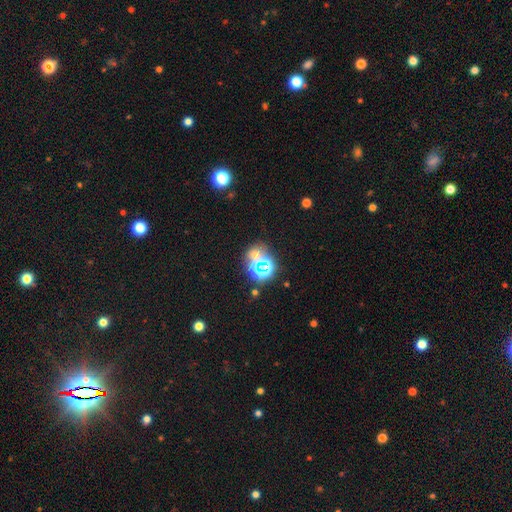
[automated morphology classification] smooth-or-featured: star or artifact: 55% | smooth: 33% | featured or disk: 11%